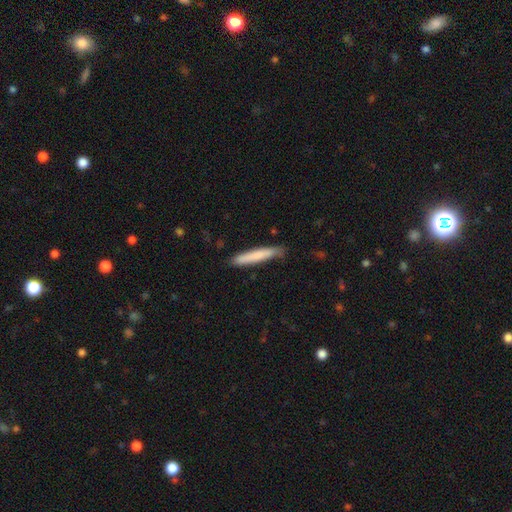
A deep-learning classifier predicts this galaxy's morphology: Overall: smooth (77%). How rounded: cigar-shaped (95%). Merging: none (82%).